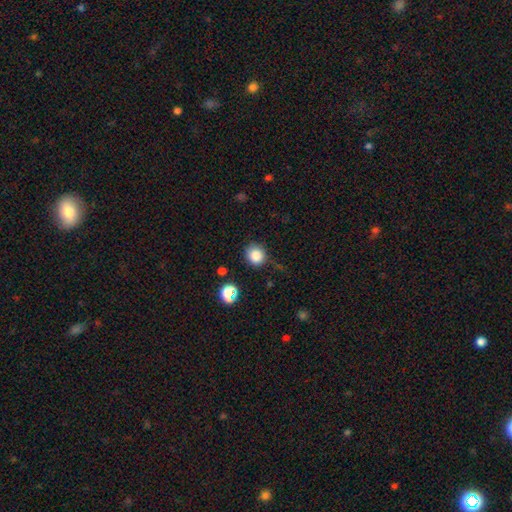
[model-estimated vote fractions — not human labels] A smooth galaxy with no disk features (83%) that is round (84%).

Vote fractions:
- Smooth or featured? smooth: 83% / star or artifact: 12% / featured or disk: 5%
- How rounded? round: 84% / in between: 15% / cigar-shaped: 1%
- Merging? none: 76% / minor disturbance: 16% / major disturbance: 5% / merger: 3%